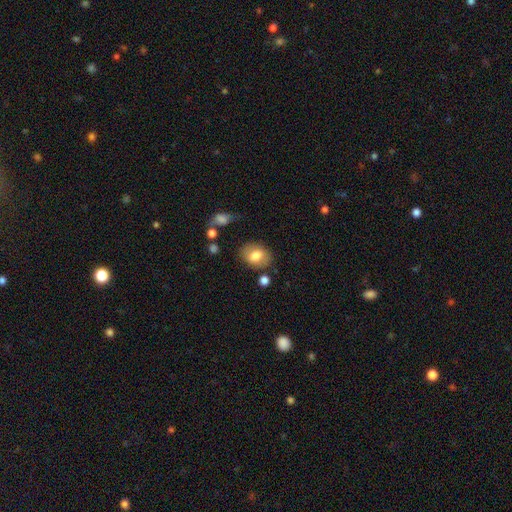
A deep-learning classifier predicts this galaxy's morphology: A smooth galaxy with no disk features (76%) that is in between round and cigar-shaped (66%). Merging: none (77%).